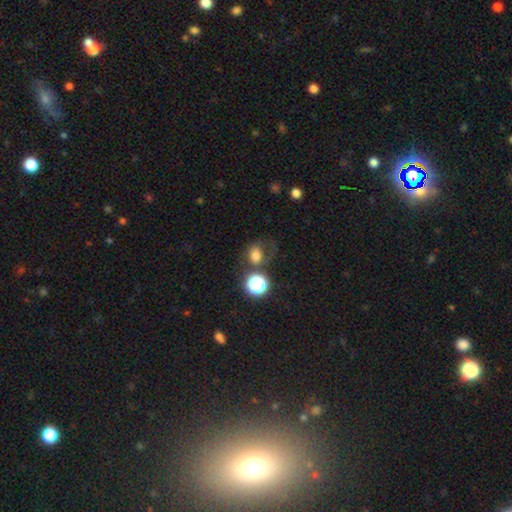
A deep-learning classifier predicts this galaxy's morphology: The model was most divided on "how rounded": round: 56%, in between: 43%, cigar-shaped: 1%. Remaining: smooth or featured — smooth (66%); merging — none (42%).